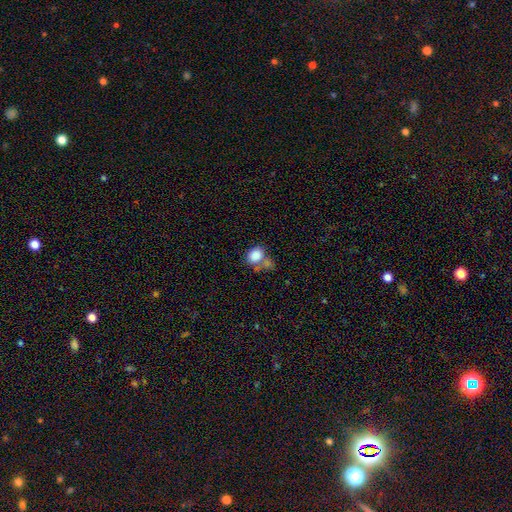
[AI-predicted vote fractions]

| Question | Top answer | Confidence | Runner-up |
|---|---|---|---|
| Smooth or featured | smooth | 83% | star or artifact (9%) |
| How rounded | in between | 52% | round (47%) |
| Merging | none | 38% | merger (37%) |